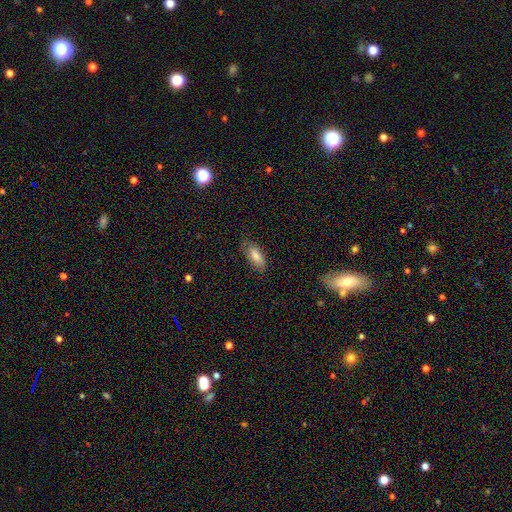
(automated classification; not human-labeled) This is likely a smooth galaxy (78%). How rounded: clearly in between (82%). Merging: likely none (77%).